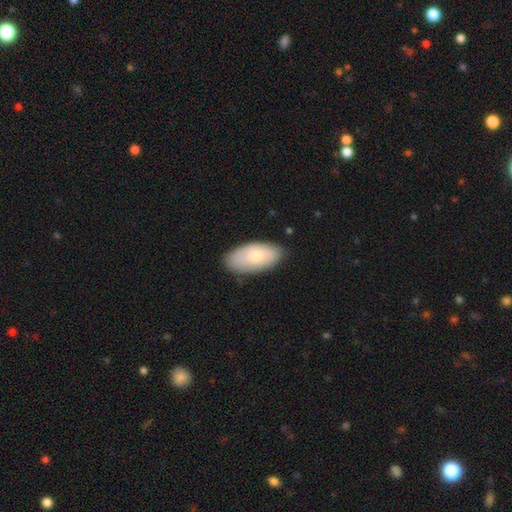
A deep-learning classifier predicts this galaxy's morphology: Smooth or featured: smooth — 66% (featured or disk — 28%)
How rounded: in between — 94% (cigar-shaped — 4%)
Merging: none — 80% (minor disturbance — 16%)